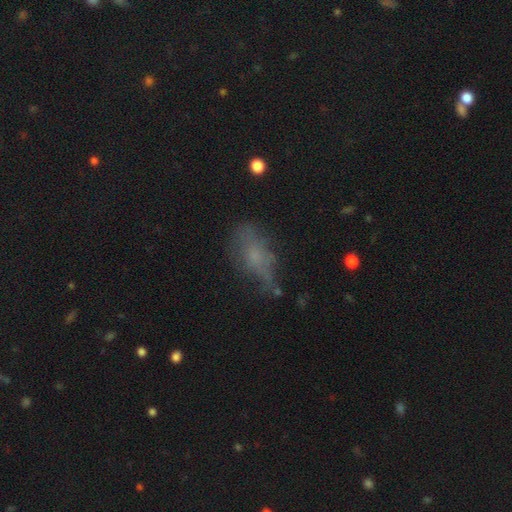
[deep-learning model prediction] A smooth galaxy with no disk features (52%) that is in between round and cigar-shaped (81%). Merging: none (44%).